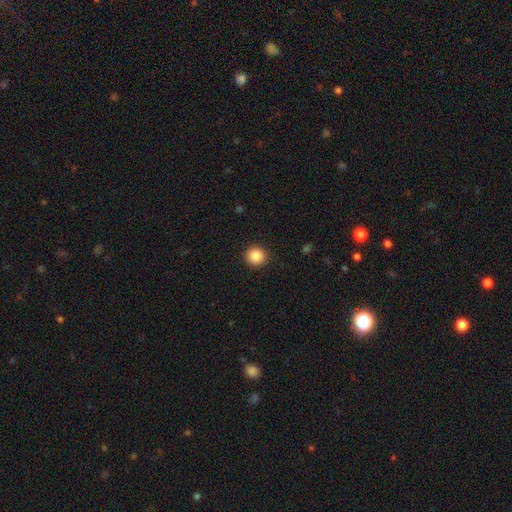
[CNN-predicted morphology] smooth-or-featured: smooth: 87% | star or artifact: 9% | featured or disk: 4%
  how-rounded: round: 94% | in between: 5% | cigar-shaped: 1%
  merging: none: 92% | minor disturbance: 5% | major disturbance: 2% | merger: 1%